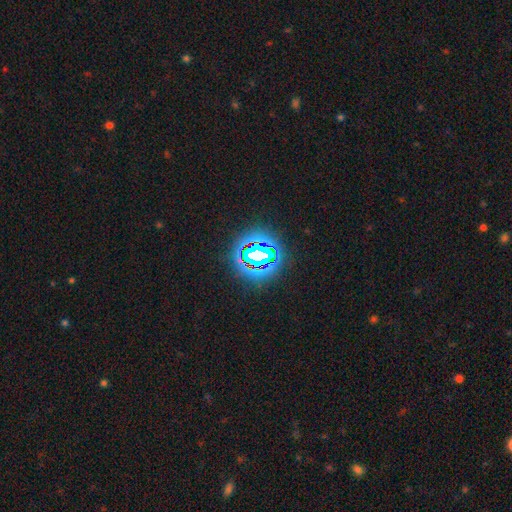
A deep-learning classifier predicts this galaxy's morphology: A star or artifact, not a galaxy (70%).

Vote fractions:
- Smooth or featured? star or artifact: 70% / smooth: 19% / featured or disk: 11%